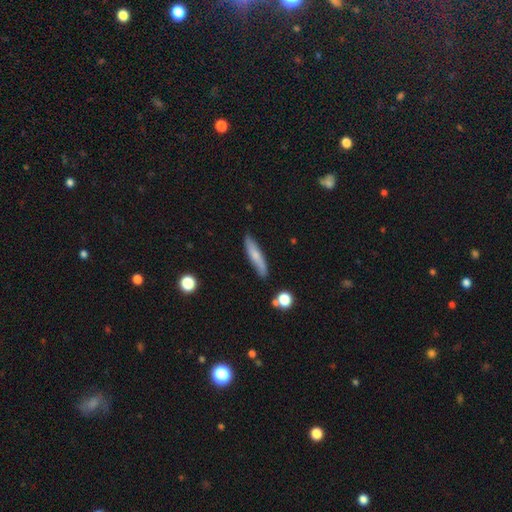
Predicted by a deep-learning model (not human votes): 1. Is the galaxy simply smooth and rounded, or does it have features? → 66% smooth, 27% featured or disk, 7% star or artifact.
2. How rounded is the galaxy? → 83% cigar-shaped, 15% in between, 2% round.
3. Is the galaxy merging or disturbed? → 81% none, 14% minor disturbance, 3% merger, 3% major disturbance.